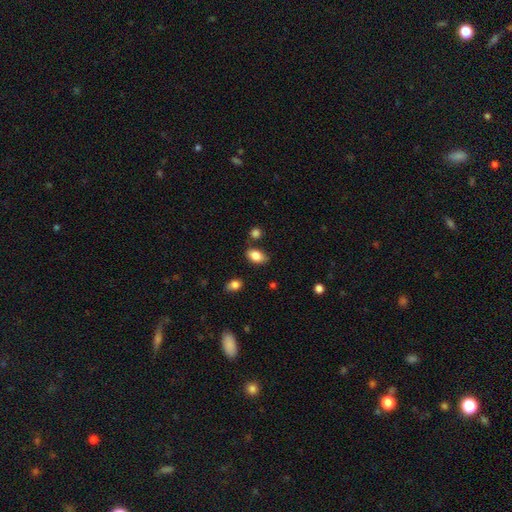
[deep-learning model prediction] smooth-or-featured: smooth: 85% | star or artifact: 8% | featured or disk: 7%
  how-rounded: in between: 87% | round: 11% | cigar-shaped: 2%
  merging: none: 74% | minor disturbance: 17% | merger: 5% | major disturbance: 3%